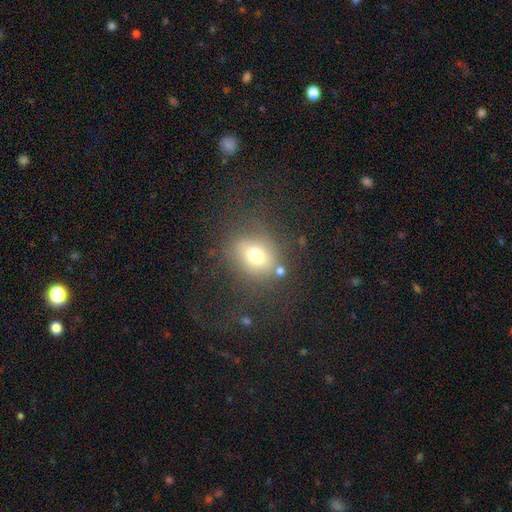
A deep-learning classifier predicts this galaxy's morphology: smooth_or_featured: smooth (p=0.69) [alt: featured or disk p=0.17]
how_rounded: in between (p=0.50) [alt: round p=0.49]
merging: none (p=0.64) [alt: minor disturbance p=0.17]